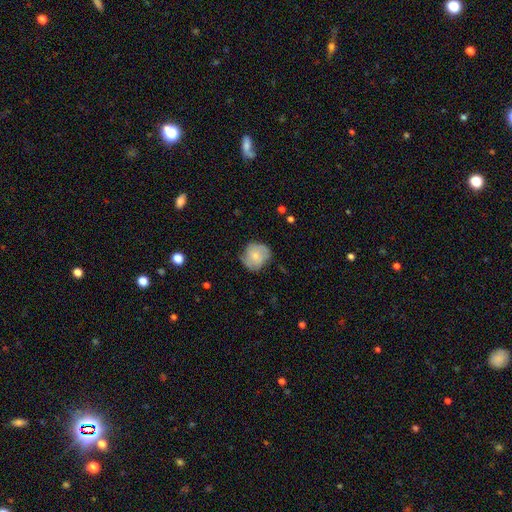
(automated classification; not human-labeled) Q: Smooth or featured?
A: smooth (57%); runner-up: featured or disk (36%)
Q: How rounded?
A: round (83%); runner-up: in between (16%)
Q: Merging?
A: none (64%); runner-up: minor disturbance (27%)